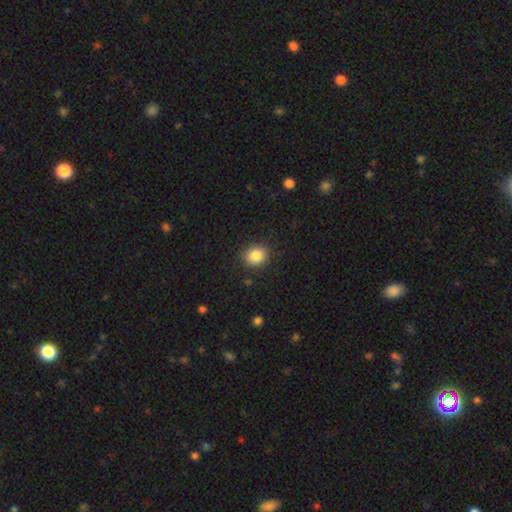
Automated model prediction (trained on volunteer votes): A smooth galaxy with no disk features (86%) that is round (76%).

Vote fractions:
- Smooth or featured? smooth: 86% / star or artifact: 10% / featured or disk: 5%
- How rounded? round: 76% / in between: 24% / cigar-shaped: 1%
- Merging? none: 87% / minor disturbance: 9% / major disturbance: 2% / merger: 1%